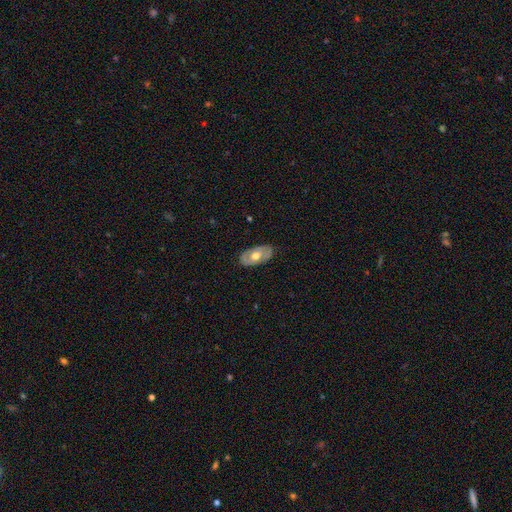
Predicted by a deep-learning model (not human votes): featured or disk 49%, smooth 45%, star or artifact 5%. Down the decision tree: merging — none (83%).